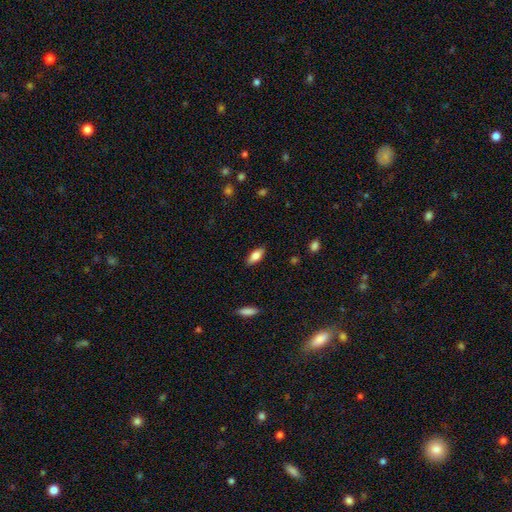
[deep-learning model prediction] Smooth or featured? Predicted: smooth (p=0.76). How rounded? Predicted: in between (p=0.80). Merging? Predicted: none (p=0.87).